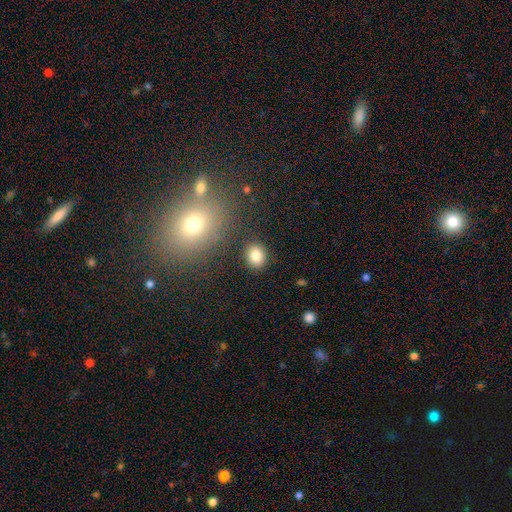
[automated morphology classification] Overall: smooth (83%). How rounded: round (54%; in between 44%). Merging: none (86%).